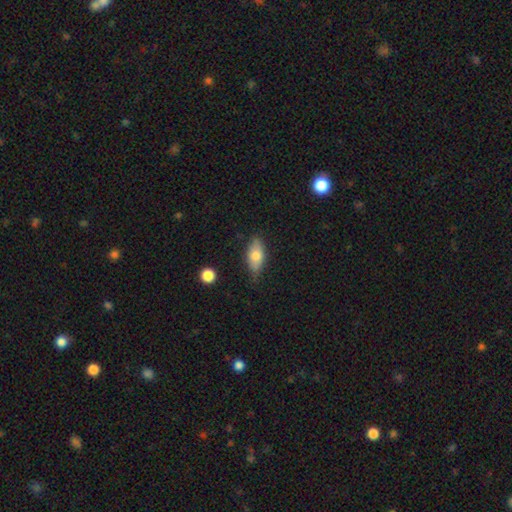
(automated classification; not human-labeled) Smooth or featured? Predicted: smooth (p=0.69). How rounded? Predicted: in between (p=0.81). Merging? Predicted: none (p=0.75).